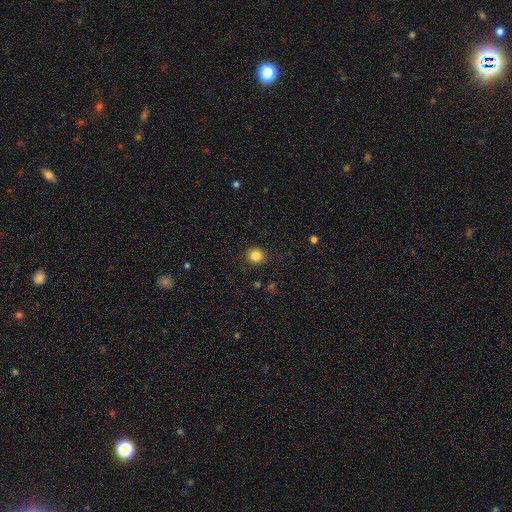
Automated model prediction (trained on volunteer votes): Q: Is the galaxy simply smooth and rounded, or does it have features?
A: smooth — 84%.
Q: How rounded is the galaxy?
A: round — 84%.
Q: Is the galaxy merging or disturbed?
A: none — 88%.